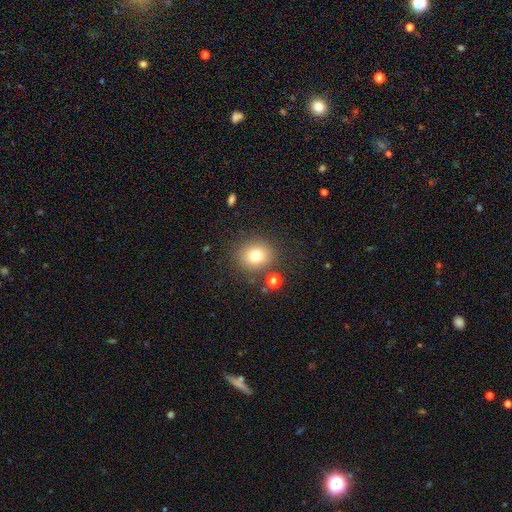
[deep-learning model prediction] smooth 77%, star or artifact 13%, featured or disk 10%. Down the decision tree: how rounded — round (79%); merging — none (82%).